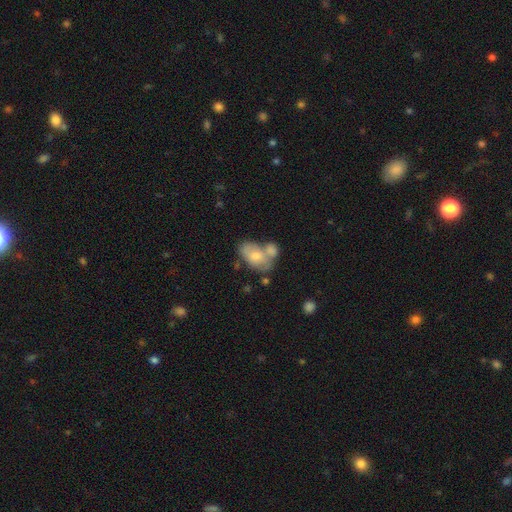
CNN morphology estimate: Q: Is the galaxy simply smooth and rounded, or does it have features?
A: smooth — 65%.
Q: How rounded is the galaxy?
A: in between — 84%.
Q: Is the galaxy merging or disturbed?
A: merger — 52%.